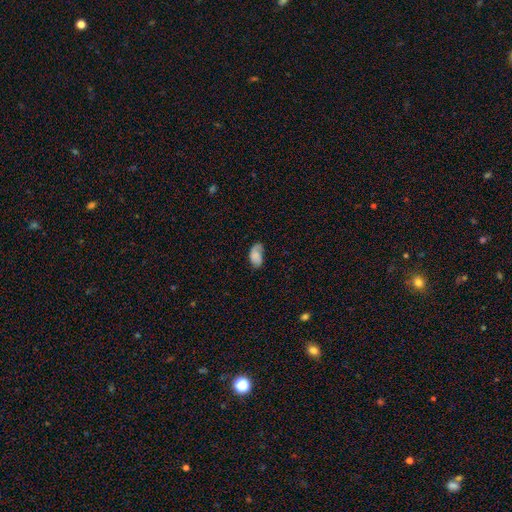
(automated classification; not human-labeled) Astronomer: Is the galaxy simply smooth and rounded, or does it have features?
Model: smooth — 72%.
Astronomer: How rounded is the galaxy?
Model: in between — 94%.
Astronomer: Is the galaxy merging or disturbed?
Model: none — 51% (runner-up: minor disturbance, 34%).